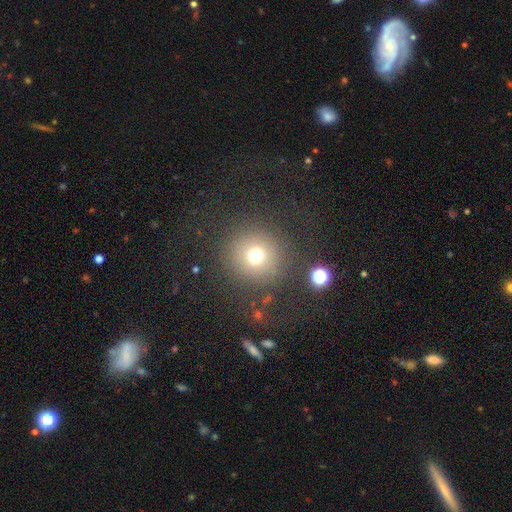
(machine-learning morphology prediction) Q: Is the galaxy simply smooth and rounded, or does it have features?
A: smooth — 71%.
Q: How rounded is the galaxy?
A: round — 93%.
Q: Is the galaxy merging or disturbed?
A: none — 84%.